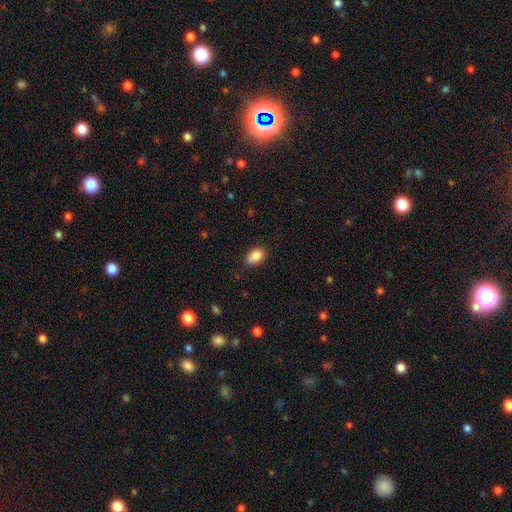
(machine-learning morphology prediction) smooth_or_featured: smooth (p=0.83) [alt: star or artifact p=0.09]
how_rounded: in between (p=0.77) [alt: round p=0.21]
merging: none (p=0.60) [alt: minor disturbance p=0.24]